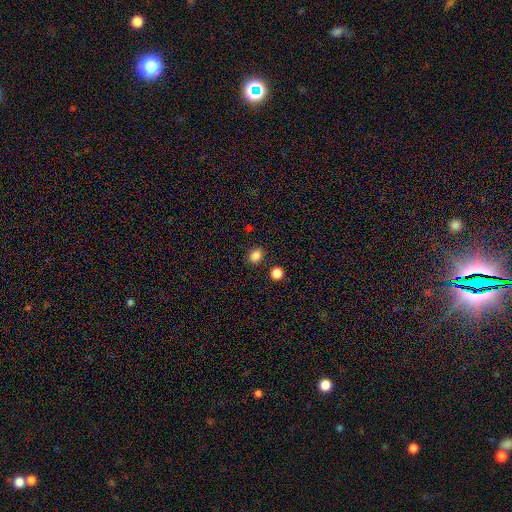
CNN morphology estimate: A smooth galaxy with no disk features (85%) that is round (59%). Merging: none (86%).